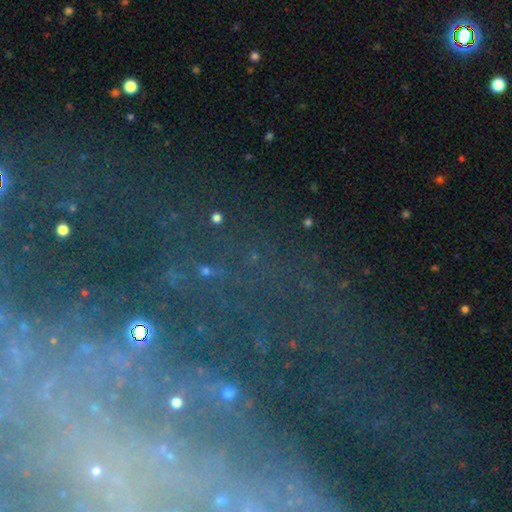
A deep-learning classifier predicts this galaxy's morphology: This appears to be a star or artifact, not a galaxy (66%).